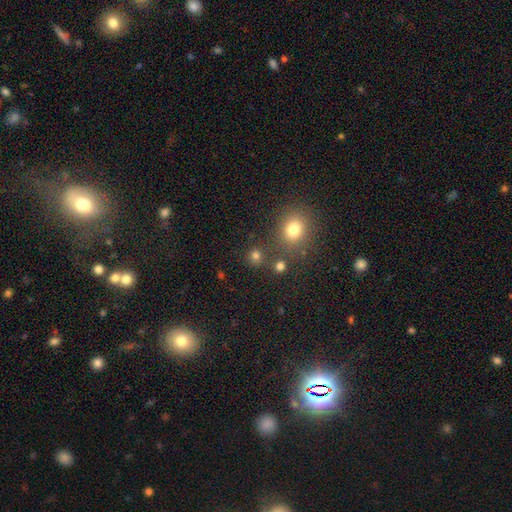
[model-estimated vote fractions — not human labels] A smooth galaxy with no disk features (77%) that is round (88%). Merging: none (77%).